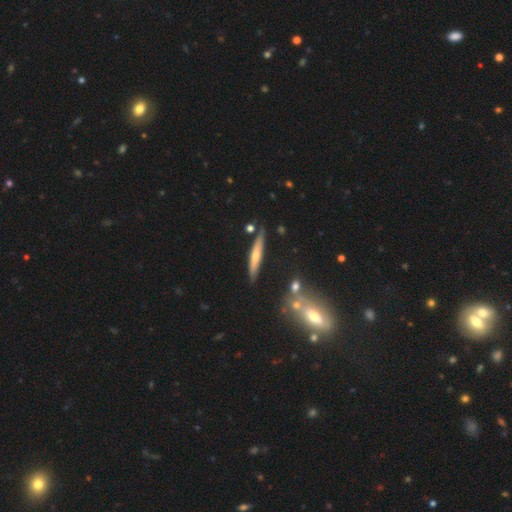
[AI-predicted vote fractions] This is possibly a smooth galaxy (47%). Merging: clearly none (82%).